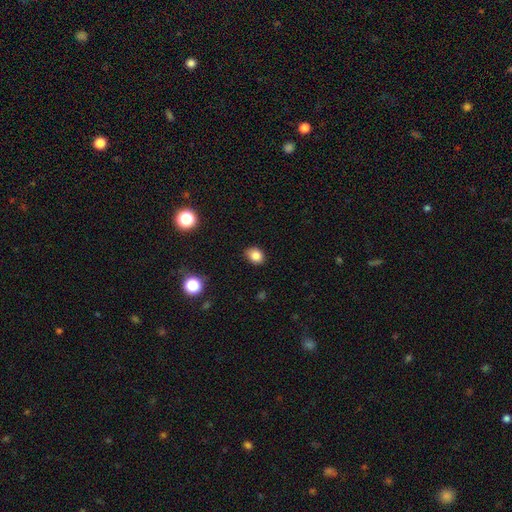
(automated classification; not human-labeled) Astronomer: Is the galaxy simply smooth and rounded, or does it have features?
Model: smooth — 83%.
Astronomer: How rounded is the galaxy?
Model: in between — 51% (runner-up: round, 48%).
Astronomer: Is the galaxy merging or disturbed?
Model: none — 85%.